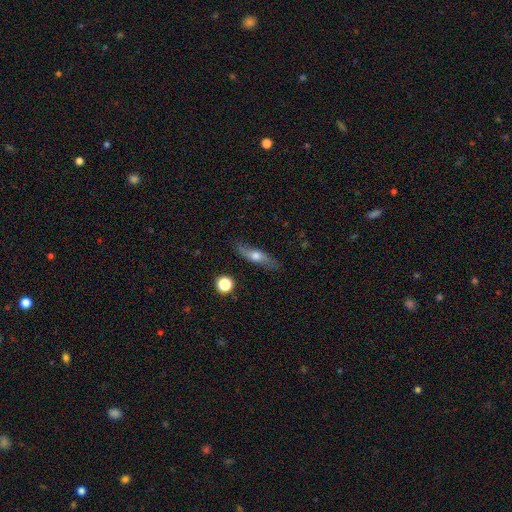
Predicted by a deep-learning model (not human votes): Morphology: type=featured or disk (46%, tied with smooth); merging=none (79%).